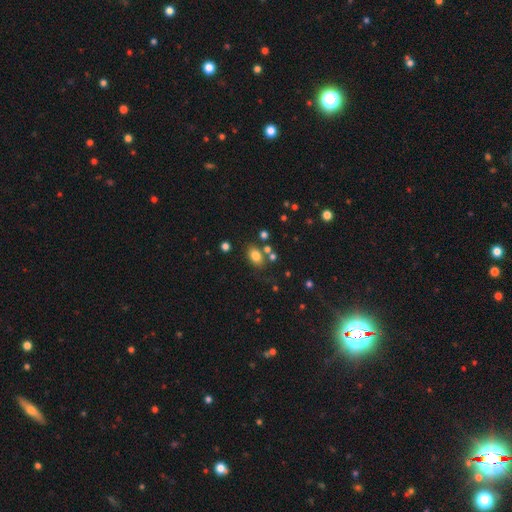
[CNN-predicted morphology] Q: Smooth or featured?
A: smooth (78%); runner-up: star or artifact (12%)
Q: How rounded?
A: in between (77%); runner-up: round (22%)
Q: Merging?
A: none (69%); runner-up: minor disturbance (14%)